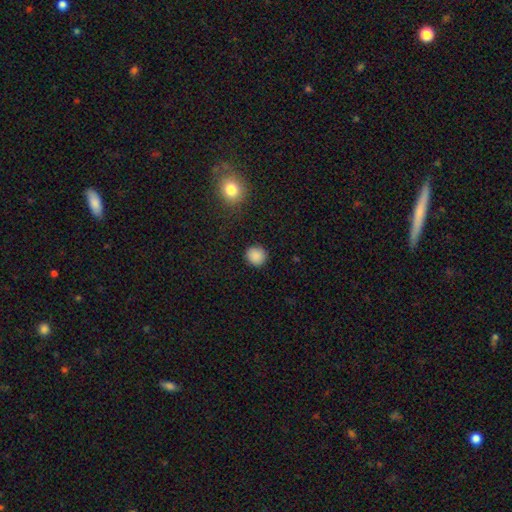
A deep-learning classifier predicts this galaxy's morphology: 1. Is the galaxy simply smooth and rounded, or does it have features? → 88% smooth, 9% star or artifact, 3% featured or disk.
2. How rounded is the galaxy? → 89% round, 10% in between, 1% cigar-shaped.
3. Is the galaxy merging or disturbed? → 89% none, 7% minor disturbance, 2% major disturbance, 1% merger.